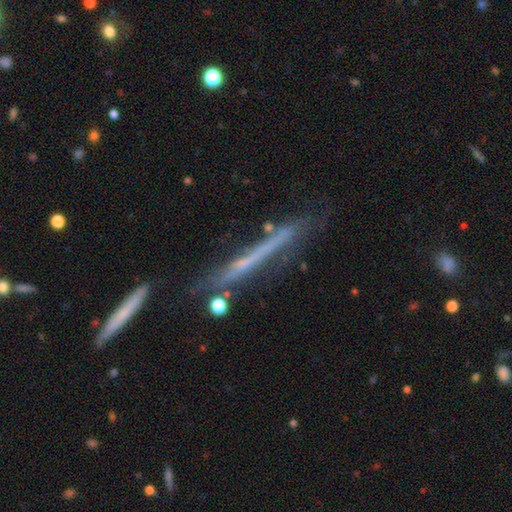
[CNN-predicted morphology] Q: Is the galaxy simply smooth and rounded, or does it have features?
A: featured or disk — 58%.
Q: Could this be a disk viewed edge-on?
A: yes — 92%.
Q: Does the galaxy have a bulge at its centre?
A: none — 85%.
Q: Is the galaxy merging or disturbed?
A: none — 68%.